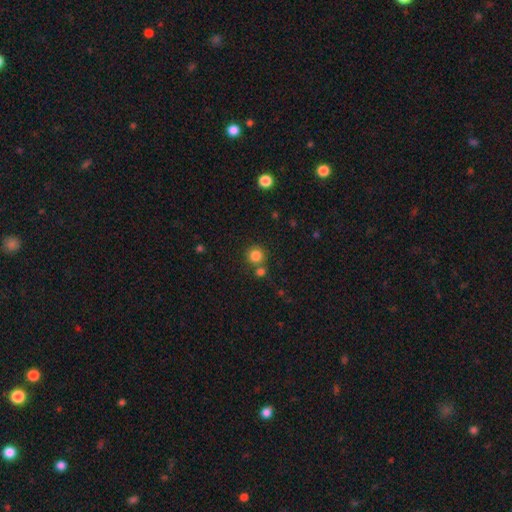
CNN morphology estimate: Overall: smooth (83%). How rounded: round (92%). Merging: none (73%).